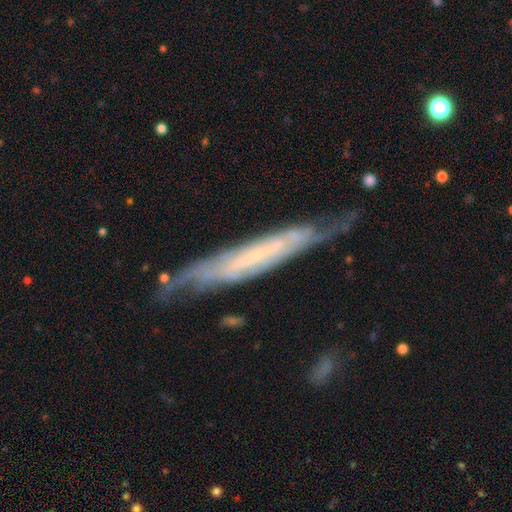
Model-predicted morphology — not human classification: smooth_or_featured: featured or disk (p=0.71) [alt: smooth p=0.22]
disk_edge_on: yes (p=0.62) [alt: no p=0.38]
merging: none (p=0.63) [alt: minor disturbance p=0.25]